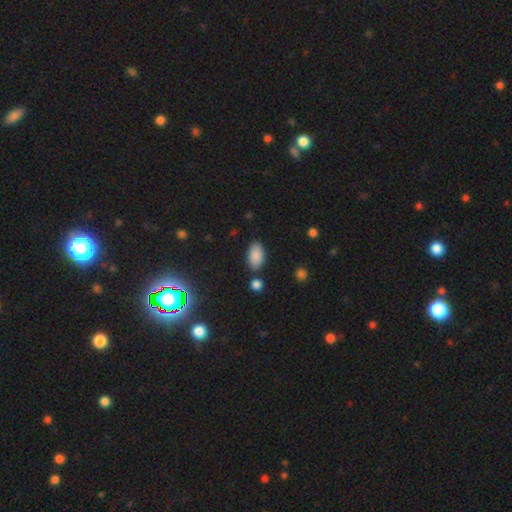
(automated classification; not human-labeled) Q: Smooth or featured?
A: smooth (86%); runner-up: star or artifact (9%)
Q: How rounded?
A: in between (94%); runner-up: round (4%)
Q: Merging?
A: none (80%); runner-up: minor disturbance (11%)